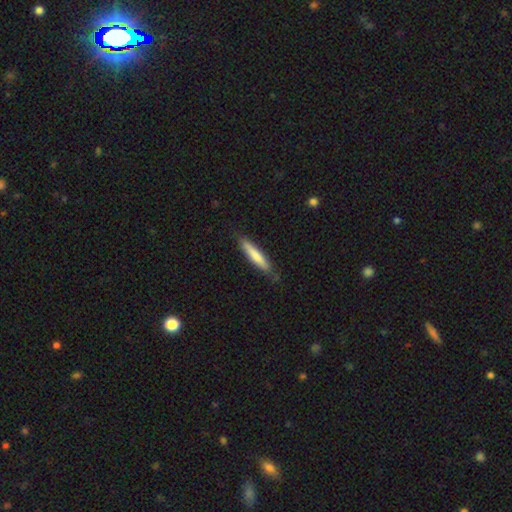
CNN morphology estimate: smooth-or-featured: smooth: 73% | featured or disk: 22% | star or artifact: 5%
  how-rounded: cigar-shaped: 90% | in between: 8% | round: 1%
  merging: none: 80% | minor disturbance: 16% | major disturbance: 3% | merger: 1%